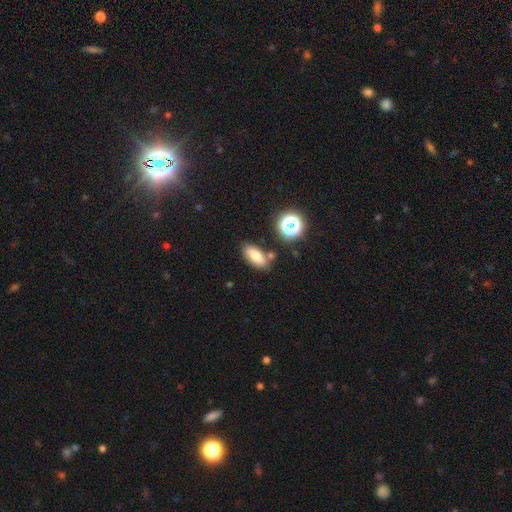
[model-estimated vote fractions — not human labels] Smooth or featured: smooth — 78% (star or artifact — 12%)
How rounded: in between — 79% (cigar-shaped — 12%)
Merging: none — 76% (minor disturbance — 13%)